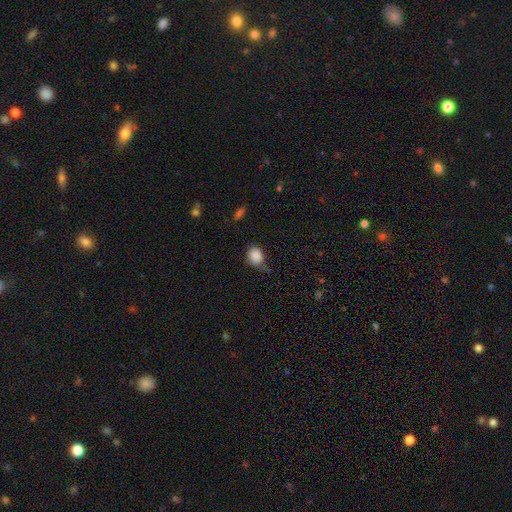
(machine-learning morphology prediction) Smooth or featured? smooth (87%)
How rounded? round (54%)
Merging? none (53%)